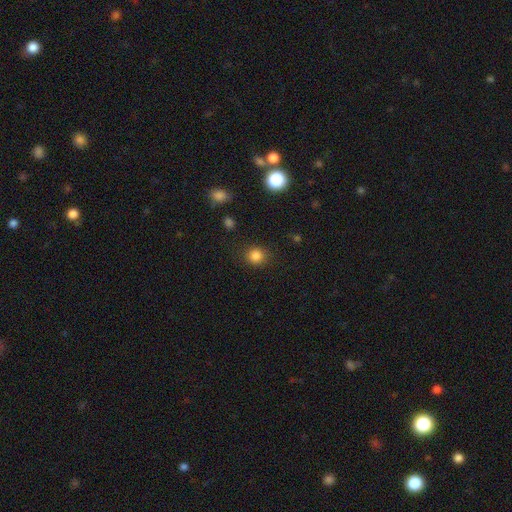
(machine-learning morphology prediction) Smooth or featured?
  - smooth: 83% *
  - star or artifact: 12%
  - featured or disk: 4%
How rounded?
  - round: 86% *
  - in between: 13%
  - cigar-shaped: 1%
Merging?
  - none: 87% *
  - minor disturbance: 9%
  - major disturbance: 3%
  - merger: 1%